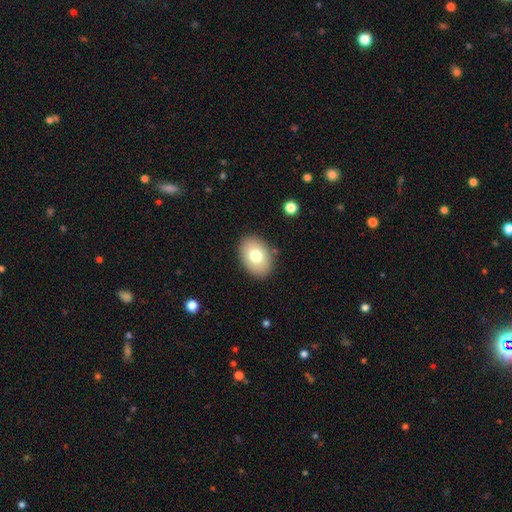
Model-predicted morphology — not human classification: This is likely a smooth galaxy (75%). How rounded: clearly in between (80%). Merging: clearly none (87%).